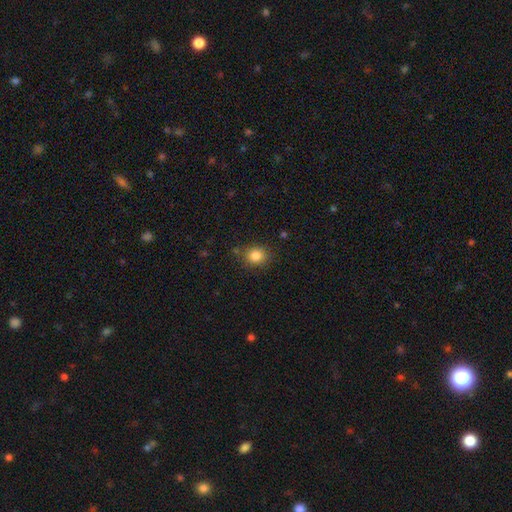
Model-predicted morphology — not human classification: This appears to be a smooth galaxy with no disk features (83%) that is round (72%). Merging: none (84%).